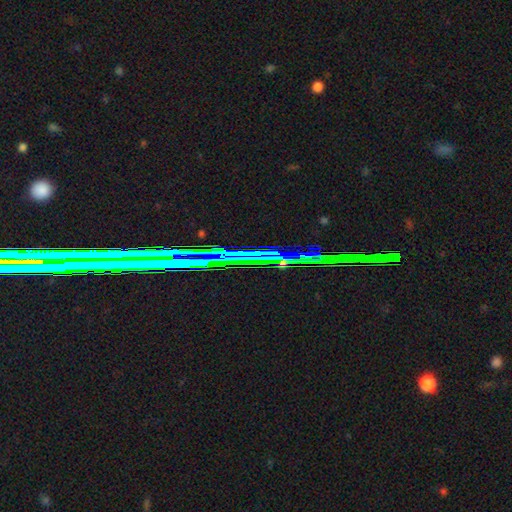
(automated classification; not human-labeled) A star or artifact, not a galaxy (77%).

Vote fractions:
- Smooth or featured? star or artifact: 77% / featured or disk: 15% / smooth: 8%